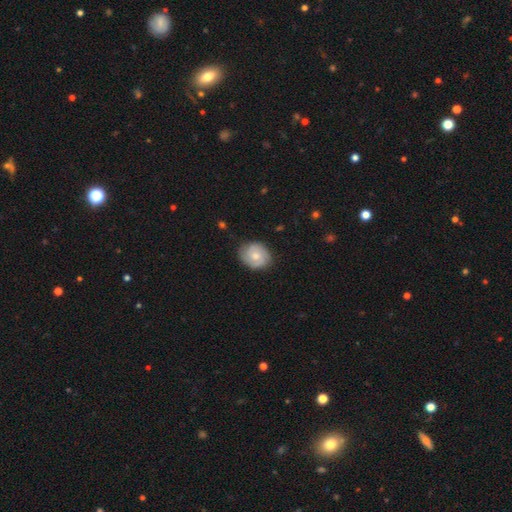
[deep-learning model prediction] The model was most divided on "smooth or featured": featured or disk: 48%, smooth: 45%, star or artifact: 6%. More confident: merging — none (79%).